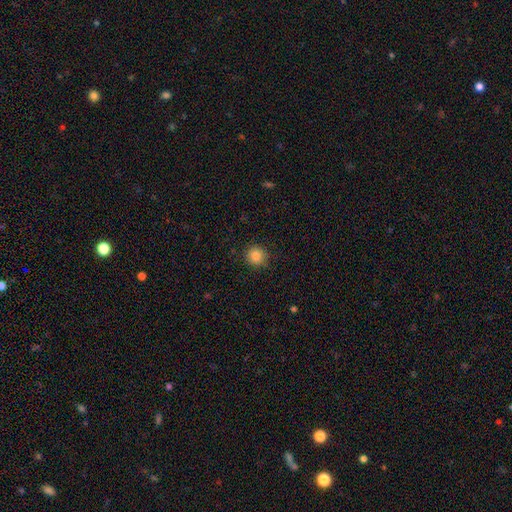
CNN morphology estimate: Q: Smooth or featured?
A: smooth (86%); runner-up: star or artifact (10%)
Q: How rounded?
A: round (91%); runner-up: in between (9%)
Q: Merging?
A: none (88%); runner-up: minor disturbance (9%)